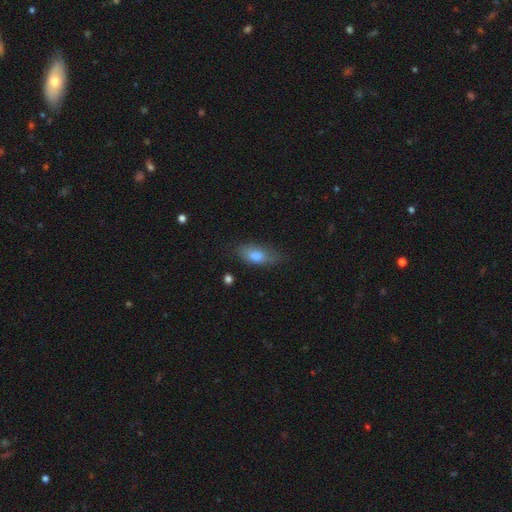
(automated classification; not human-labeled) smooth-or-featured: smooth: 77% | featured or disk: 15% | star or artifact: 8%
  how-rounded: in between: 80% | cigar-shaped: 16% | round: 4%
  merging: none: 68% | minor disturbance: 23% | major disturbance: 7% | merger: 2%